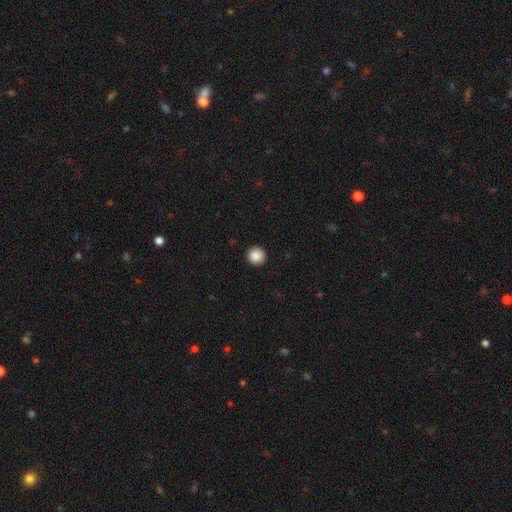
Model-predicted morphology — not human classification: Smooth or featured: smooth — 88% (star or artifact — 9%)
How rounded: round — 96% (in between — 3%)
Merging: none — 93% (minor disturbance — 4%)